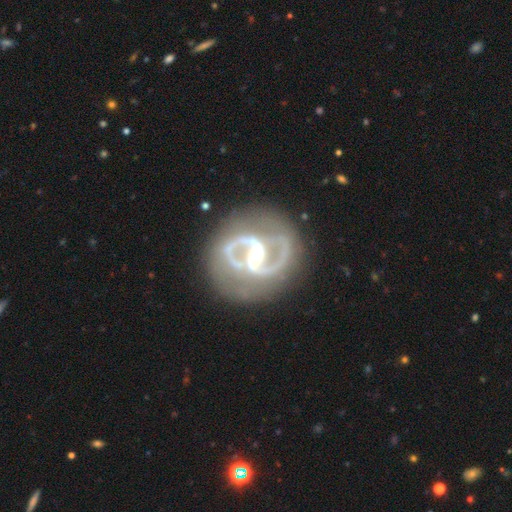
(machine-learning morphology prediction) smooth_or_featured: featured or disk (p=0.92) [alt: star or artifact p=0.05]
disk_edge_on: no (p=0.97) [alt: yes p=0.03]
bar: strong (p=0.53) [alt: weak p=0.31]
has_spiral_arms: yes (p=0.96) [alt: no p=0.04]
spiral_winding: medium (p=0.59) [alt: tight p=0.27]
spiral_arm_count: 2 (p=0.91) [alt: can't tell p=0.03]
bulge_size: moderate (p=0.49) [alt: small p=0.46]
merging: none (p=0.78) [alt: minor disturbance p=0.14]